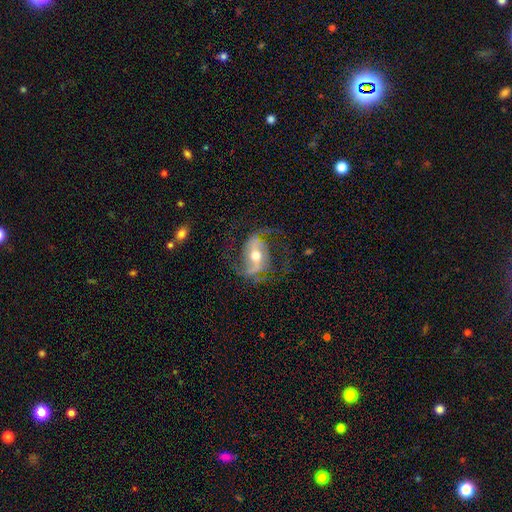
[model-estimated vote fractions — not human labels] Smooth or featured? Predicted: featured or disk (p=0.86). Edge-on disk? Predicted: no (p=0.96). Bar? Predicted: strong (p=0.43). Spiral arms? Predicted: yes (p=0.94). Spiral winding? Predicted: loose (p=0.46). Spiral arm count? Predicted: 2 (p=0.88). Bulge size? Predicted: moderate (p=0.70). Merging? Predicted: none (p=0.67).